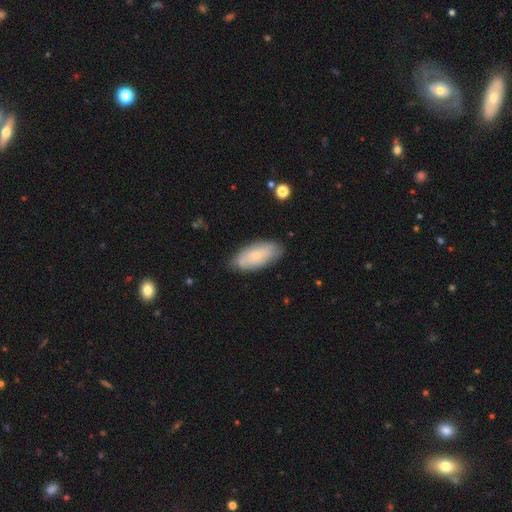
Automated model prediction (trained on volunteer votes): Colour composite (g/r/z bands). It shows a smooth galaxy with no disk features (59%) that is in between round and cigar-shaped (89%). Merging: none (79%).